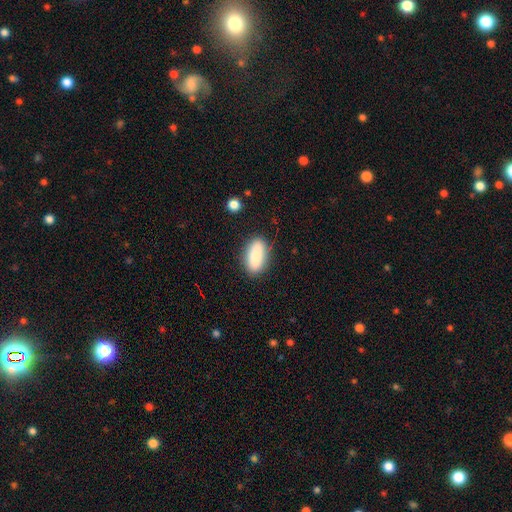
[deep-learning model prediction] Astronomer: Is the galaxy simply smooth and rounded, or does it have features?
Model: smooth — 87%.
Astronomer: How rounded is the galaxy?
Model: in between — 87%.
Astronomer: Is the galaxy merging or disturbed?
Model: none — 82%.